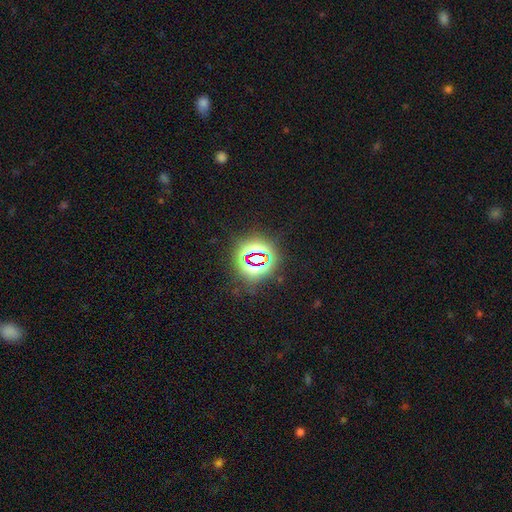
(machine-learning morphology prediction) Q: Smooth or featured?
A: star or artifact (76%); runner-up: smooth (15%)